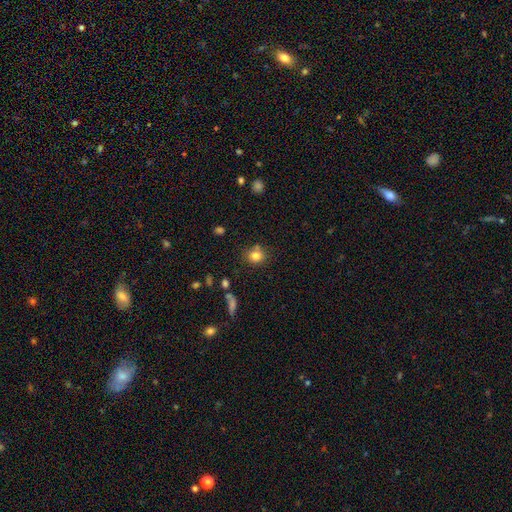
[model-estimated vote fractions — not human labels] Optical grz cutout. It shows a smooth galaxy with no disk features (80%) that is round (80%). Merging: none (72%).